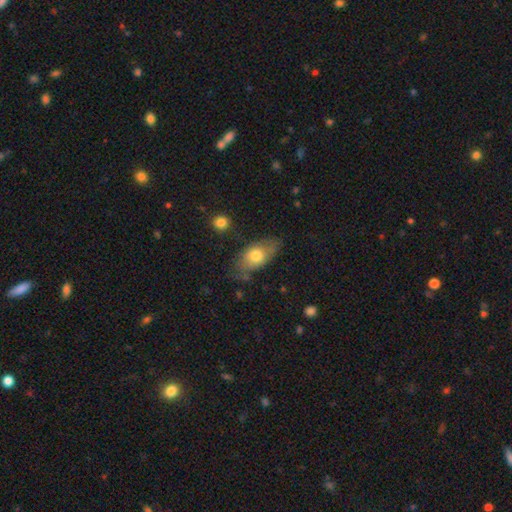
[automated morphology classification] smooth-or-featured: smooth: 69% | featured or disk: 24% | star or artifact: 7%
  how-rounded: in between: 87% | round: 7% | cigar-shaped: 6%
  merging: none: 65% | minor disturbance: 24% | major disturbance: 7% | merger: 3%